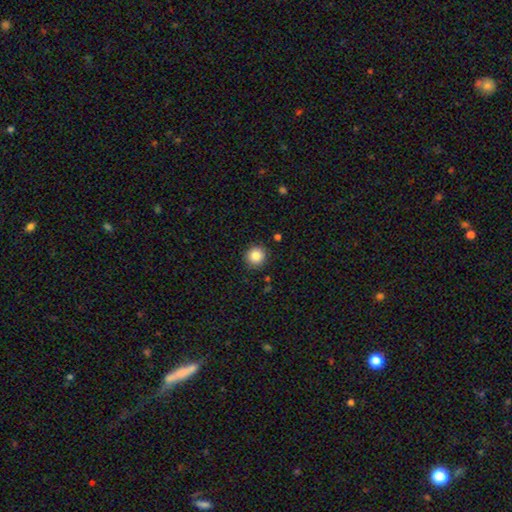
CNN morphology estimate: Overall: smooth (85%). How rounded: round (93%). Merging: none (91%).